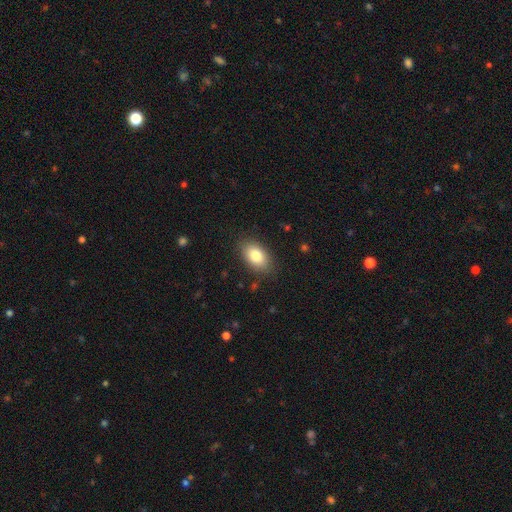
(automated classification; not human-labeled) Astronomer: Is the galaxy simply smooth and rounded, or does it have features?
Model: smooth — 82%.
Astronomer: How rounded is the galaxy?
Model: in between — 90%.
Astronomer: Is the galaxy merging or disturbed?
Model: none — 85%.